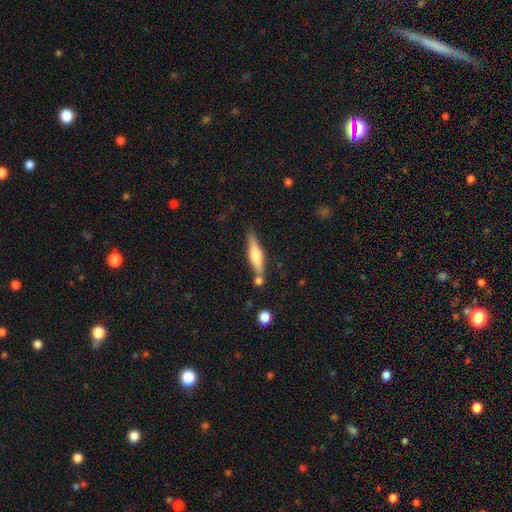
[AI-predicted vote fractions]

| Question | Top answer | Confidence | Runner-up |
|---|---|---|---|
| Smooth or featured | featured or disk | 52% | smooth (42%) |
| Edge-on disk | yes | 95% | no (5%) |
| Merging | none | 71% | minor disturbance (13%) |